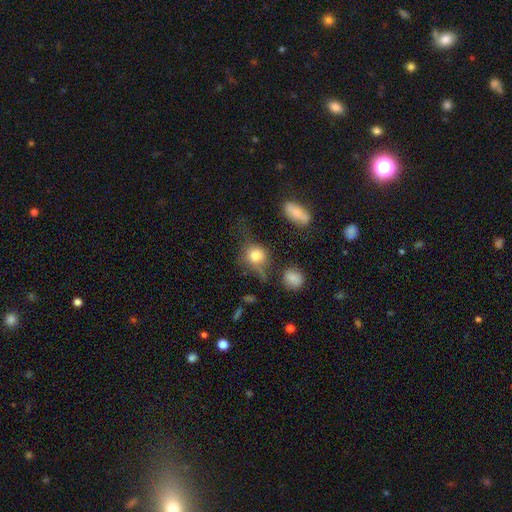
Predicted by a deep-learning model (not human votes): This appears to be a smooth galaxy with no disk features (75%) that is round (75%). Merging: none (54%).